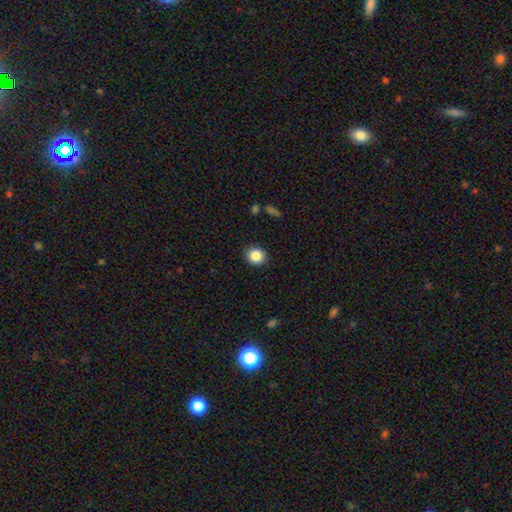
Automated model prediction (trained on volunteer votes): This is clearly a smooth galaxy (86%). How rounded: clearly round (82%). Merging: clearly none (89%).